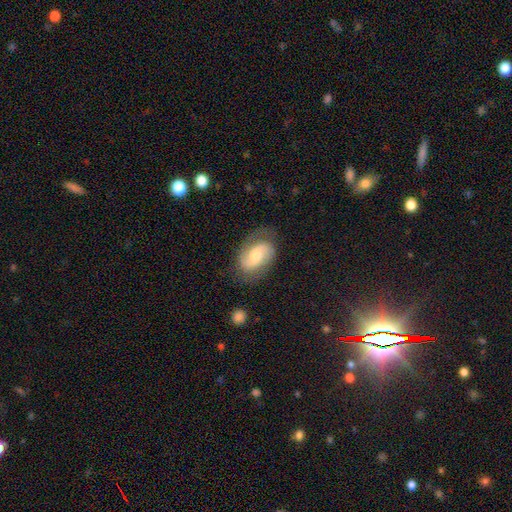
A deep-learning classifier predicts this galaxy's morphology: Smooth or featured? Predicted: featured or disk (p=0.69). Edge-on disk? Predicted: no (p=0.97). Bar? Predicted: weak (p=0.46). Spiral arms? Predicted: yes (p=0.93). Spiral winding? Predicted: medium (p=0.47). Spiral arm count? Predicted: 2 (p=0.85). Bulge size? Predicted: moderate (p=0.53). Merging? Predicted: none (p=0.66).